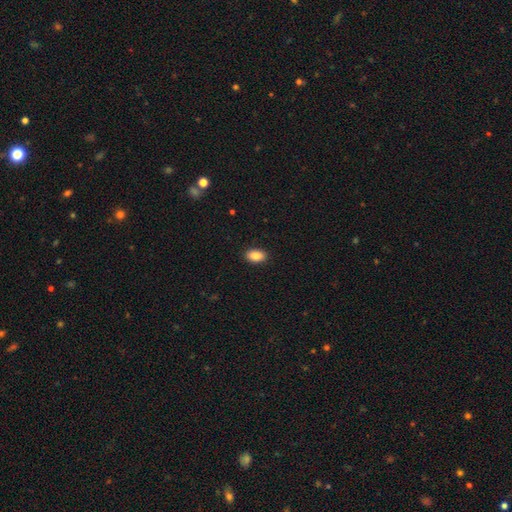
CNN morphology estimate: Smooth or featured? smooth (88%)
How rounded? in between (91%)
Merging? none (90%)